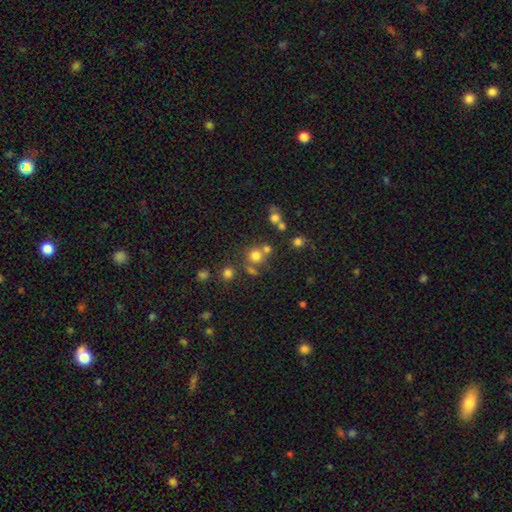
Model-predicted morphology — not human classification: A smooth galaxy with no disk features (71%) that is round (88%).

Vote fractions:
- Smooth or featured? smooth: 71% / star or artifact: 19% / featured or disk: 10%
- How rounded? round: 88% / in between: 11% / cigar-shaped: 1%
- Merging? none: 61% / merger: 25% / minor disturbance: 9% / major disturbance: 5%